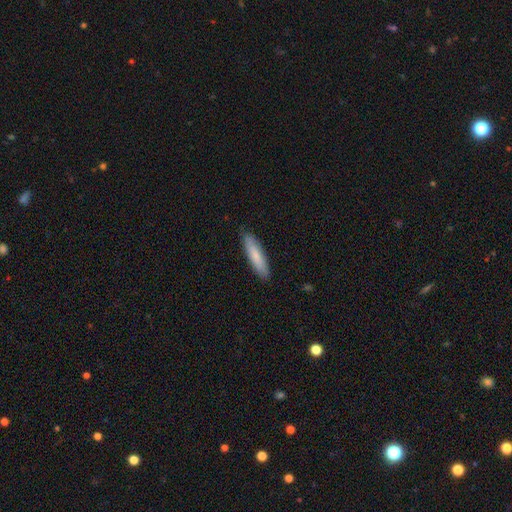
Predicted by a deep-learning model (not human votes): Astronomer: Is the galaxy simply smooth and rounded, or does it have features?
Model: smooth — 79%.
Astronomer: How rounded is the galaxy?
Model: cigar-shaped — 77%.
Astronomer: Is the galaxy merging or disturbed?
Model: none — 88%.